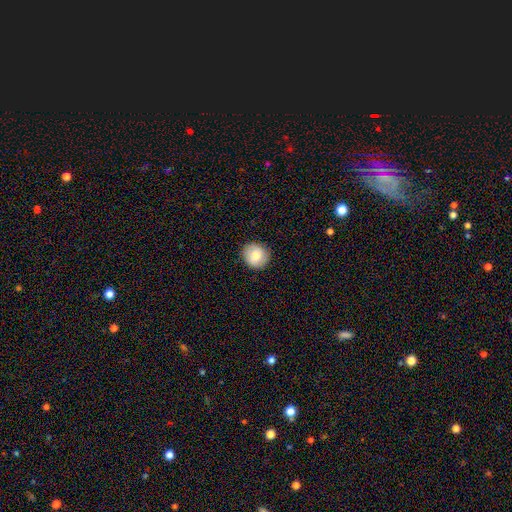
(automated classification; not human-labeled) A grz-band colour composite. It shows a smooth galaxy with no disk features (76%) that is round (88%). Merging: none (88%).